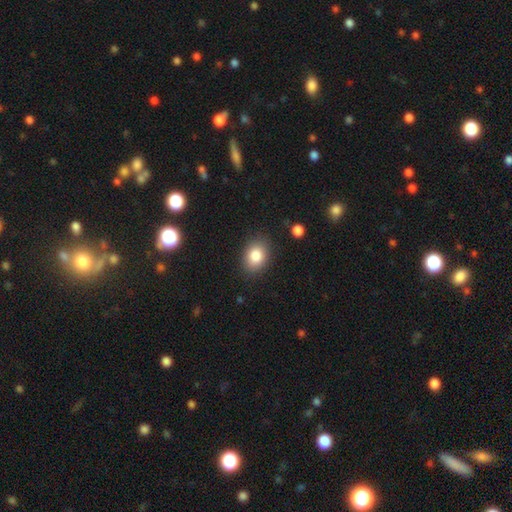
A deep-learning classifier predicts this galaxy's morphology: Smooth or featured? smooth (83%)
How rounded? in between (71%)
Merging? none (85%)